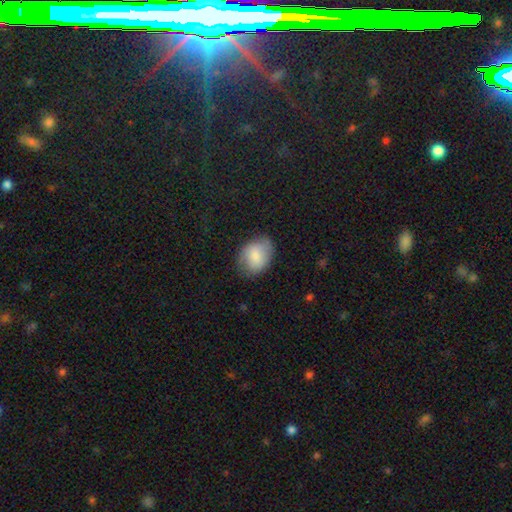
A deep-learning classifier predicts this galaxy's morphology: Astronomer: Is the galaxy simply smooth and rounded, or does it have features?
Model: smooth — 78%.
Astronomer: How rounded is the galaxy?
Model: in between — 68%.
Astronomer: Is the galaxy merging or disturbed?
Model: none — 72%.